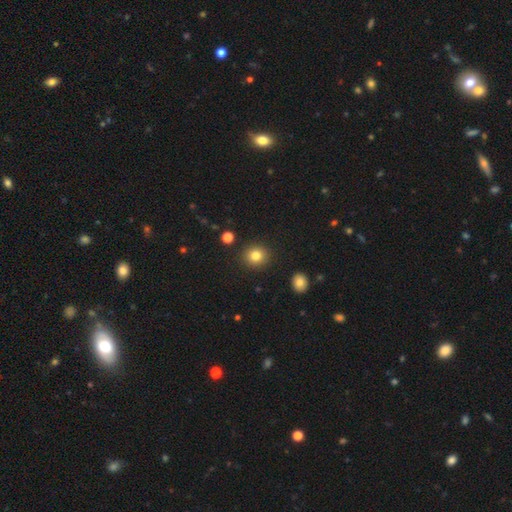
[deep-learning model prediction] Morphology: type=smooth (82%); roundness=round (88%); merging=none (91%).